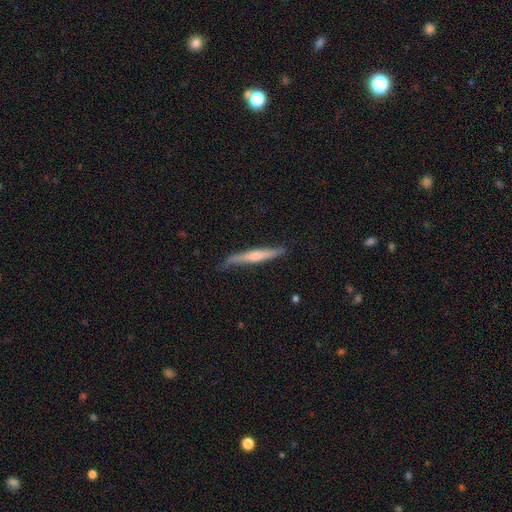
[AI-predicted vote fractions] A featured or disk galaxy (51%) viewed edge-on (94%). Merging: none (74%).